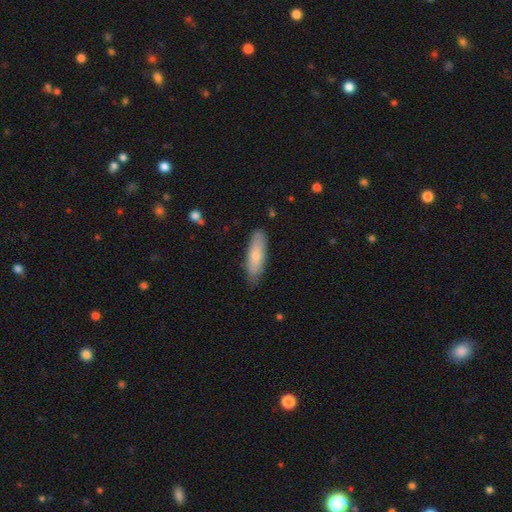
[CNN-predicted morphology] A smooth galaxy with no disk features (75%) that is cigar-shaped (51%). Merging: none (82%).